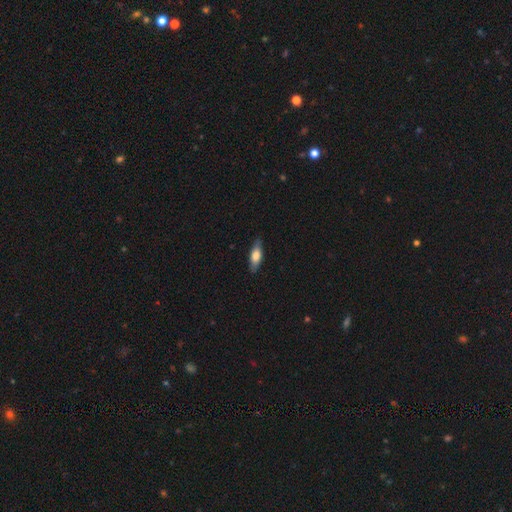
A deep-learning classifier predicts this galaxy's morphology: Smooth or featured? smooth (66%)
How rounded? in between (57%)
Merging? none (84%)